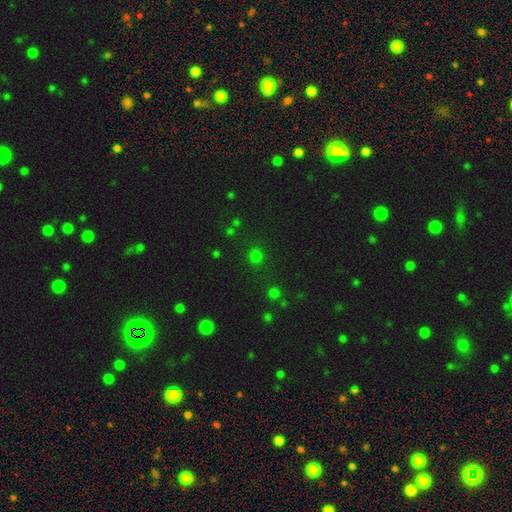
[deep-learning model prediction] This appears to be a smooth galaxy with no disk features (71%) that is round (85%). Merging: none (84%).